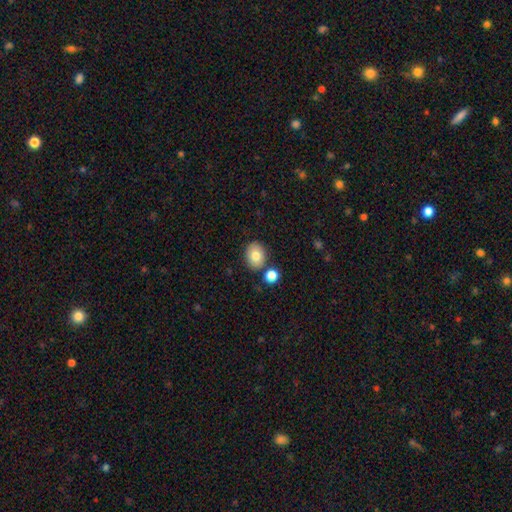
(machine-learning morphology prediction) Smooth or featured? smooth (80%)
How rounded? in between (57%)
Merging? none (79%)